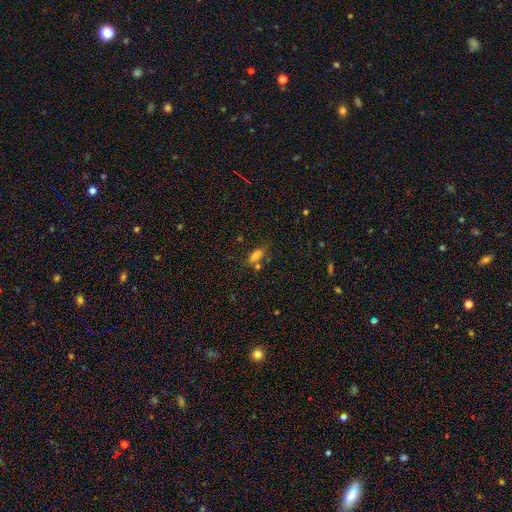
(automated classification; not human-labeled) A smooth galaxy with no disk features (74%) that is in between round and cigar-shaped (67%).

Vote fractions:
- Smooth or featured? smooth: 74% / star or artifact: 14% / featured or disk: 13%
- How rounded? in between: 67% / cigar-shaped: 29% / round: 4%
- Merging? none: 61% / minor disturbance: 18% / merger: 15% / major disturbance: 7%